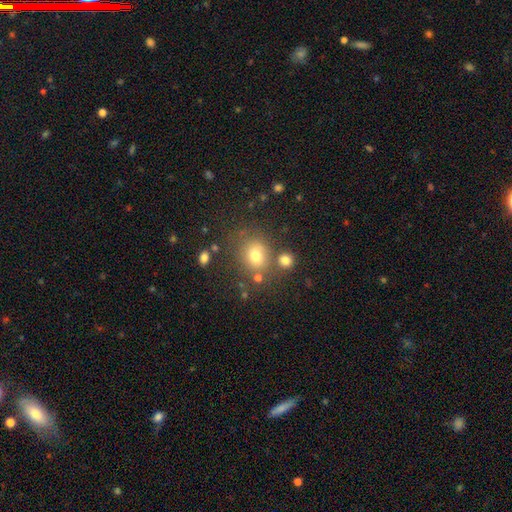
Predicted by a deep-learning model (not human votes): smooth-or-featured: smooth: 72% | star or artifact: 16% | featured or disk: 12%
  how-rounded: round: 65% | in between: 34% | cigar-shaped: 1%
  merging: none: 68% | minor disturbance: 14% | merger: 13% | major disturbance: 6%